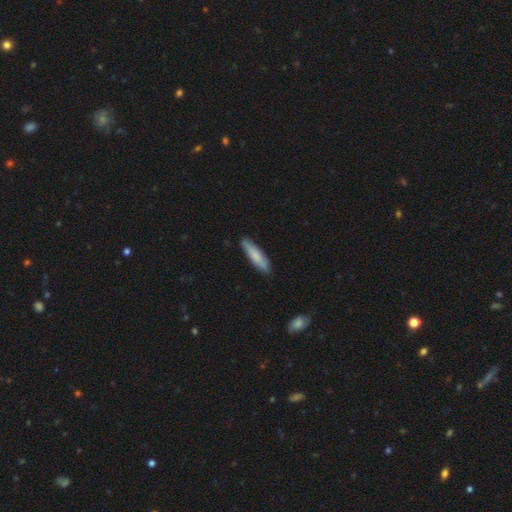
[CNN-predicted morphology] type=smooth (77%); roundness=cigar-shaped (77%); merging=none (83%).